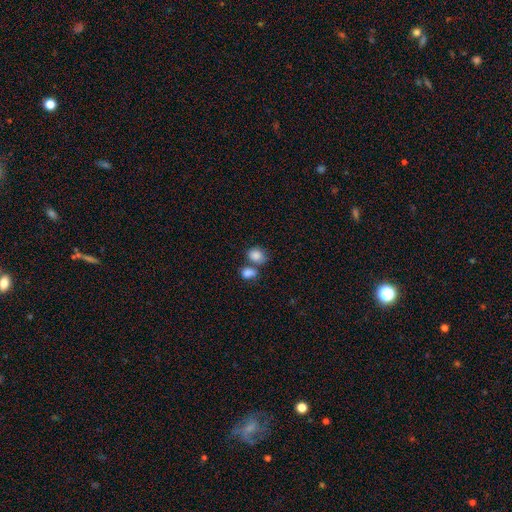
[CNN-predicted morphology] The model was most divided on "merging": merger: 43%, none: 41%, minor disturbance: 11%, major disturbance: 5%. More confident: smooth or featured — smooth (85%); how rounded — in between (57%).